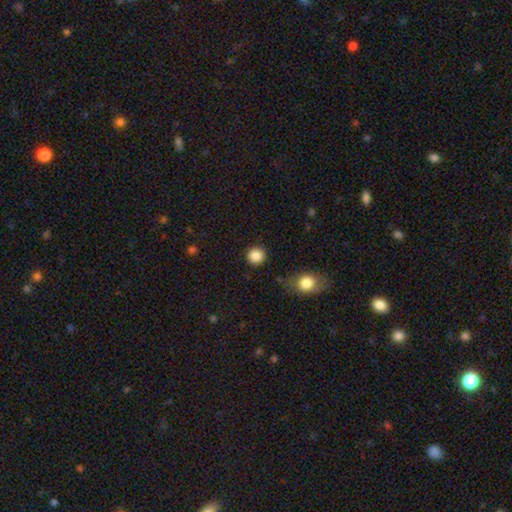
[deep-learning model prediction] A smooth galaxy with no disk features (87%) that is round (94%). Merging: none (89%).